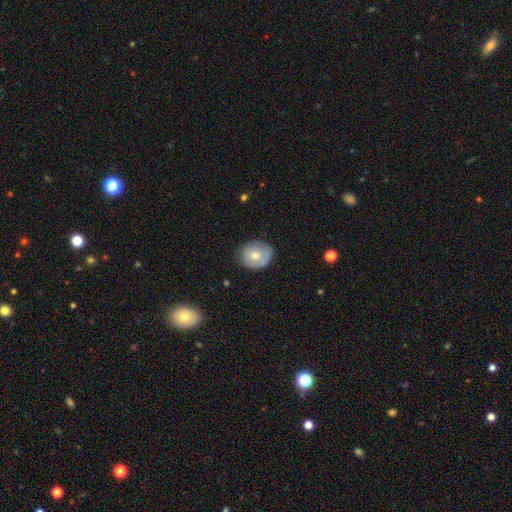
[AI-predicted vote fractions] smooth-or-featured: smooth: 67% | featured or disk: 27% | star or artifact: 7%
  how-rounded: round: 60% | in between: 39% | cigar-shaped: 1%
  merging: none: 71% | minor disturbance: 22% | major disturbance: 5% | merger: 1%